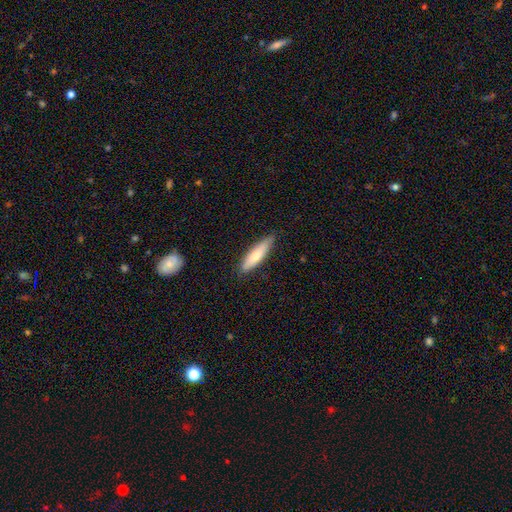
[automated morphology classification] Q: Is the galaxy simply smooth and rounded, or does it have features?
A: smooth — 68%.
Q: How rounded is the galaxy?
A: cigar-shaped — 69%.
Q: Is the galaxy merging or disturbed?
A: none — 84%.